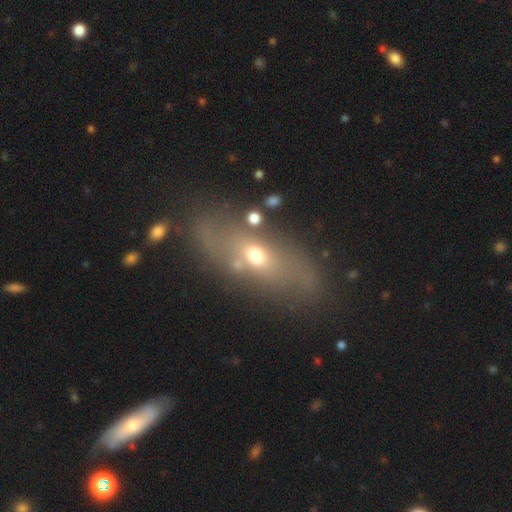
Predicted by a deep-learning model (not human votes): Smooth or featured? Predicted: smooth (p=0.48). Merging? Predicted: none (p=0.65).